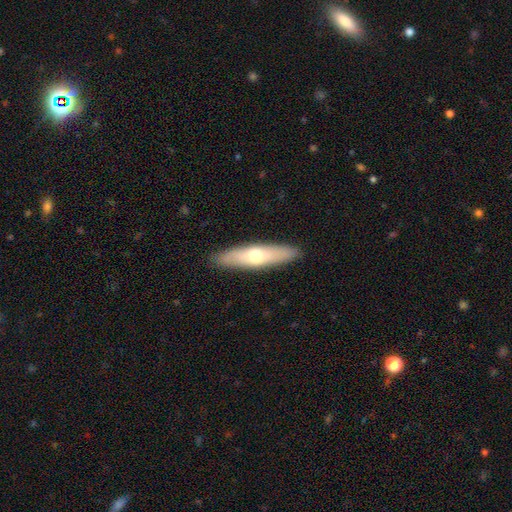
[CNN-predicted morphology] Q: Smooth or featured?
A: smooth (55%); runner-up: featured or disk (40%)
Q: How rounded?
A: cigar-shaped (73%); runner-up: in between (25%)
Q: Merging?
A: none (90%); runner-up: minor disturbance (8%)